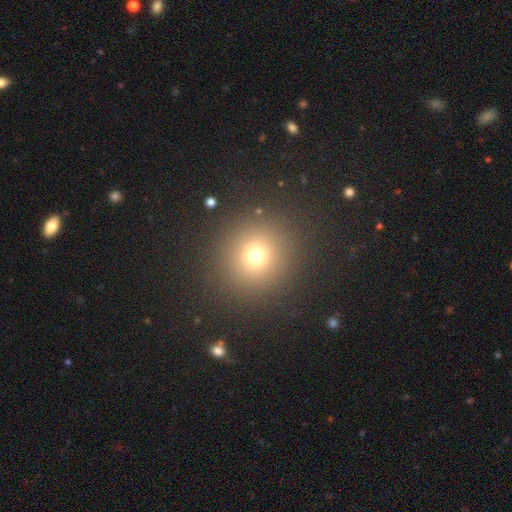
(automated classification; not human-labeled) smooth_or_featured: smooth (p=0.71) [alt: star or artifact p=0.20]
how_rounded: round (p=0.91) [alt: in between p=0.08]
merging: none (p=0.89) [alt: minor disturbance p=0.06]